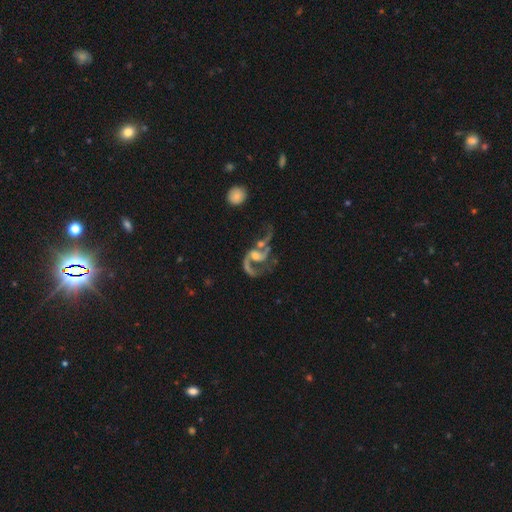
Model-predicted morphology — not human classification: A featured or disk galaxy (85%) with no bar (49%), 2 (74%) loose (63%) spiral arms (92%) and a moderate central bulge (43%).

Vote fractions:
- Smooth or featured? featured or disk: 85% / smooth: 8% / star or artifact: 7%
- Edge-on disk? no: 98% / yes: 2%
- Bar? no: 49% / weak: 37% / strong: 14%
- Spiral arms? yes: 92% / no: 8%
- Spiral winding? loose: 63% / medium: 31% / tight: 6%
- Spiral arm count? 2: 74% / 1: 17% / can't tell: 4% / 3: 3% / 4: 1% / more than 4: 1%
- Bulge size? moderate: 43% / small: 33% / none: 13% / large: 9% / dominant: 2%
- Merging? major disturbance: 32% / none: 28% / merger: 28% / minor disturbance: 12%